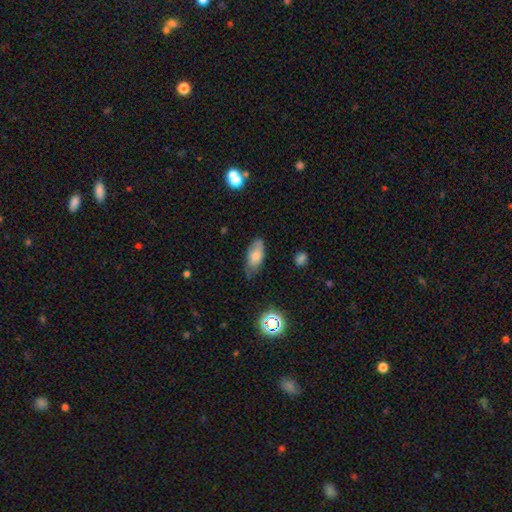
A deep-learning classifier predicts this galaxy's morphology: A smooth galaxy with no disk features (73%) that is in between round and cigar-shaped (86%). Merging: none (65%).